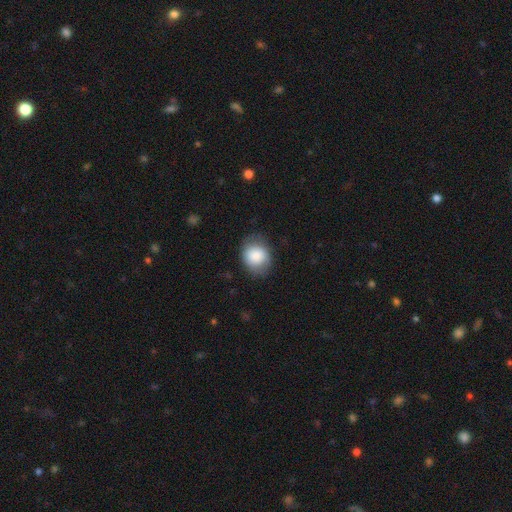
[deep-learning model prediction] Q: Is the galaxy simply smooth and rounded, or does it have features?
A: smooth — 83%.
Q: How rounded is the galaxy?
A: round — 59%.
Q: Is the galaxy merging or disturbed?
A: none — 75%.